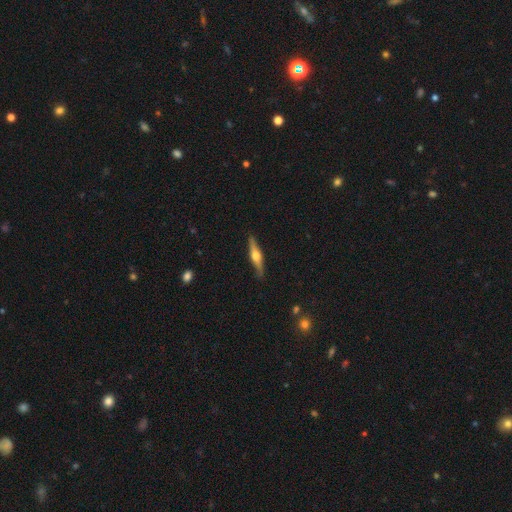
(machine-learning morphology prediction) type=featured or disk (69%); edge-on=yes (97%); edge-on bulge=rounded (94%); merging=none (88%).